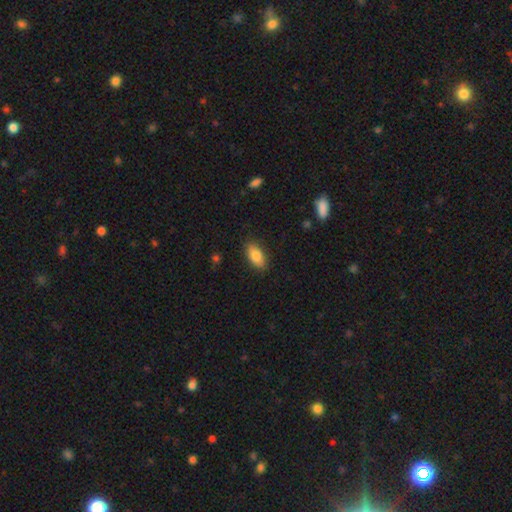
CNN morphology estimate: Smooth or featured? smooth (84%)
How rounded? in between (90%)
Merging? none (85%)